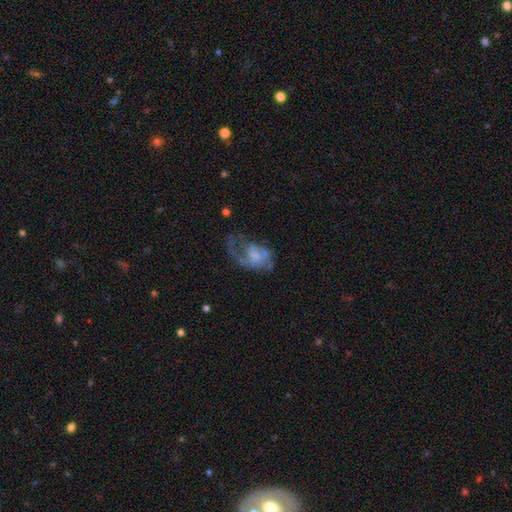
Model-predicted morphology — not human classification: Smooth or featured? Predicted: featured or disk (p=0.66). Edge-on disk? Predicted: no (p=0.97). Bar? Predicted: no (p=0.70). Spiral arms? Predicted: yes (p=0.73). Bulge size? Predicted: none (p=0.38). Merging? Predicted: major disturbance (p=0.46).